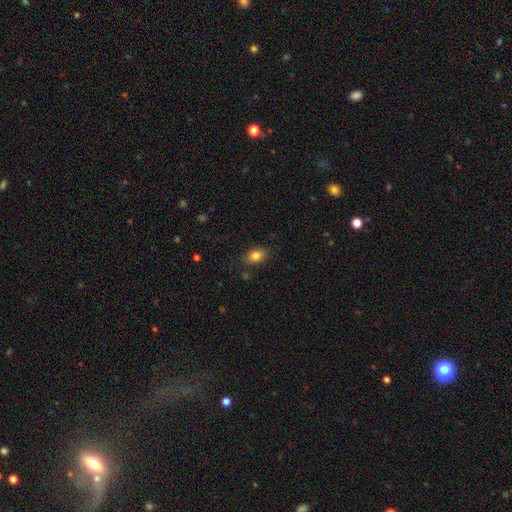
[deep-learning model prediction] Q: Smooth or featured?
A: smooth (81%); runner-up: star or artifact (10%)
Q: How rounded?
A: in between (80%); runner-up: round (18%)
Q: Merging?
A: none (83%); runner-up: minor disturbance (12%)